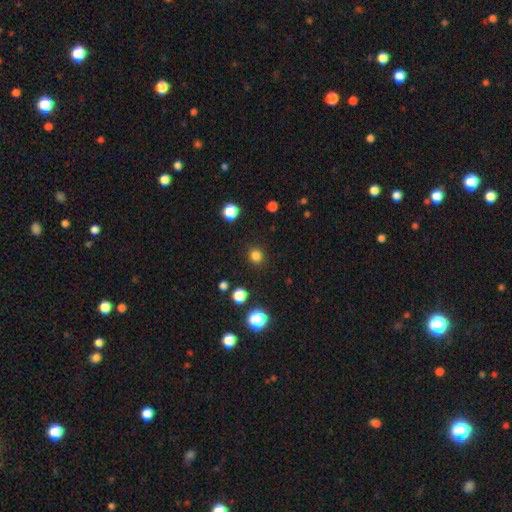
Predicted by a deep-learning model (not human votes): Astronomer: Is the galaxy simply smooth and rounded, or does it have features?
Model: smooth — 82%.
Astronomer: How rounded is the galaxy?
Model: round — 88%.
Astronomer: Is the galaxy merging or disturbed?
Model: none — 90%.